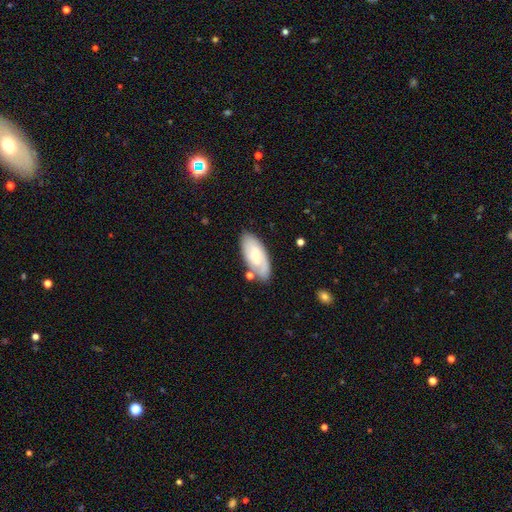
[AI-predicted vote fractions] featured or disk 48%, smooth 46%, star or artifact 6%. Down the decision tree: merging — none (74%).